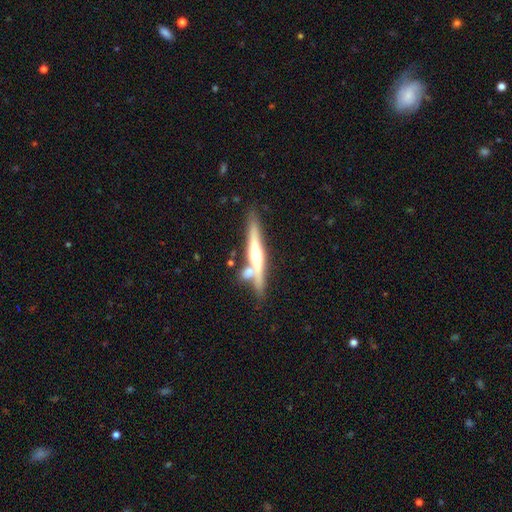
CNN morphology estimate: A featured or disk galaxy (66%) viewed edge-on (95%) with a rounded central bulge (84%).

Vote fractions:
- Smooth or featured? featured or disk: 66% / smooth: 28% / star or artifact: 6%
- Edge-on disk? yes: 95% / no: 5%
- Edge-on bulge? rounded: 84% / none: 9% / boxy: 6%
- Merging? none: 60% / merger: 24% / minor disturbance: 13% / major disturbance: 4%